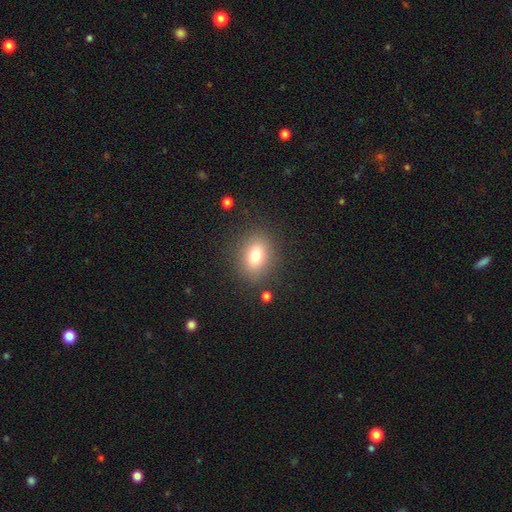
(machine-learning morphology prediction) Smooth or featured: smooth — 77% (star or artifact — 12%)
How rounded: in between — 61% (round — 38%)
Merging: none — 85% (minor disturbance — 9%)